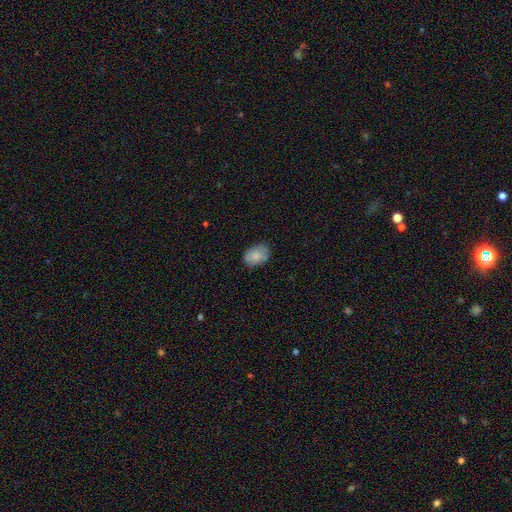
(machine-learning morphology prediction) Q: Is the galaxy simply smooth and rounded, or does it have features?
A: smooth — 82%.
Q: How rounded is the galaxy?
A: in between — 79%.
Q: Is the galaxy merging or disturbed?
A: none — 77%.